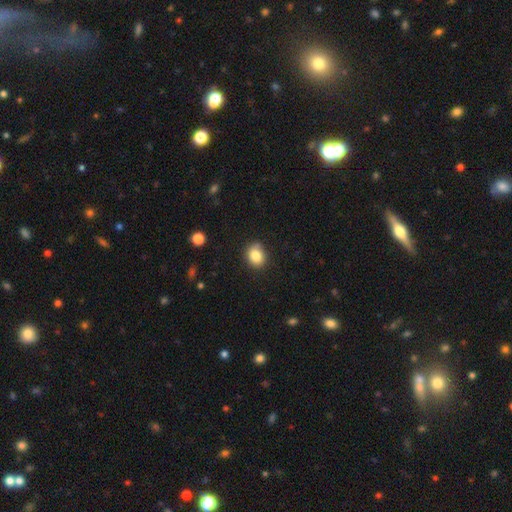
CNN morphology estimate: Smooth or featured? smooth (83%)
How rounded? round (59%)
Merging? none (78%)